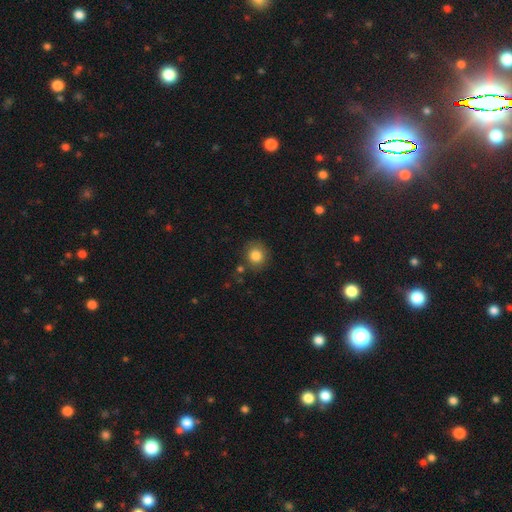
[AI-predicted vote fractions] Smooth or featured? Predicted: smooth (p=0.84). How rounded? Predicted: round (p=0.83). Merging? Predicted: none (p=0.80).